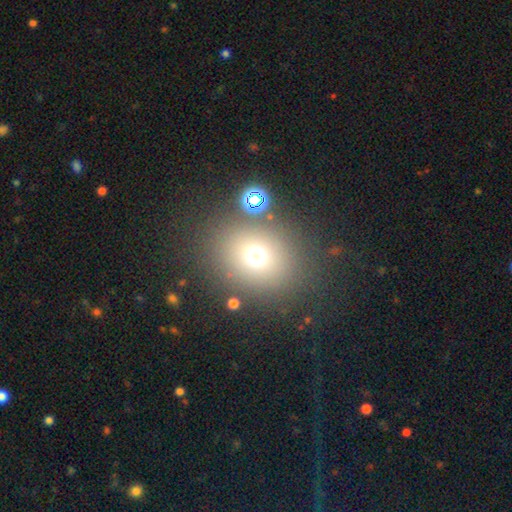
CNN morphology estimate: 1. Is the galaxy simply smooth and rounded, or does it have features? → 69% smooth, 19% star or artifact, 12% featured or disk.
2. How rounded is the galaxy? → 65% round, 34% in between, 1% cigar-shaped.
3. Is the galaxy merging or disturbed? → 78% none, 10% minor disturbance, 7% merger, 5% major disturbance.